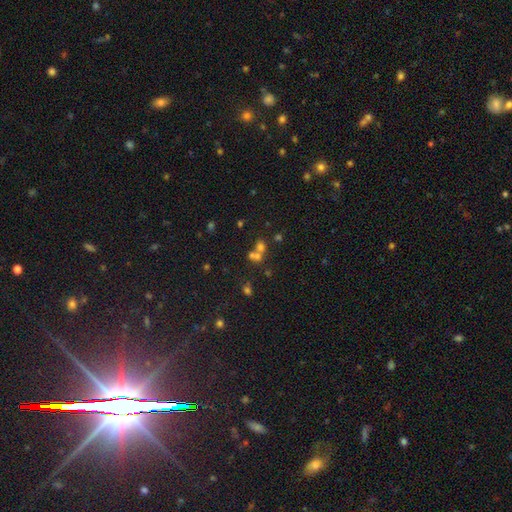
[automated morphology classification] This appears to be a smooth galaxy with no disk features (54%) that is round (76%). Merging: merger (53%).